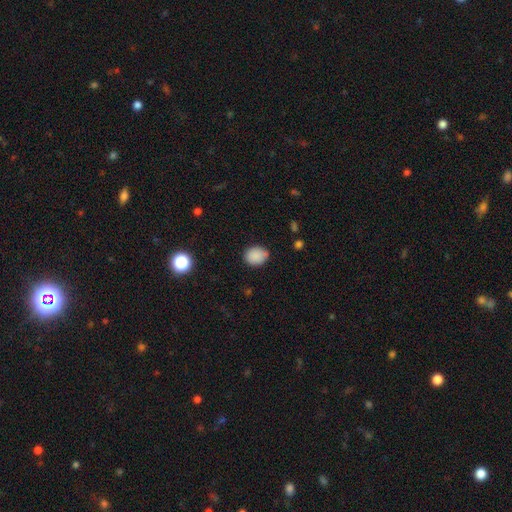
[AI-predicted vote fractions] Smooth or featured?
  - smooth: 87% *
  - star or artifact: 9%
  - featured or disk: 4%
How rounded?
  - round: 54% *
  - in between: 45%
  - cigar-shaped: 1%
Merging?
  - none: 79% *
  - minor disturbance: 17%
  - major disturbance: 3%
  - merger: 1%